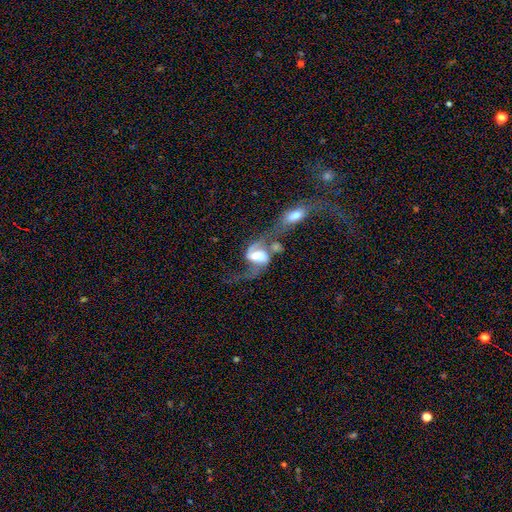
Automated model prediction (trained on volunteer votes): Smooth or featured? featured or disk (83%)
Edge-on disk? no (97%)
Bar? weak (42%)
Spiral arms? yes (95%)
Spiral winding? loose (62%)
Spiral arm count? 2 (87%)
Bulge size? moderate (48%)
Merging? merger (60%)